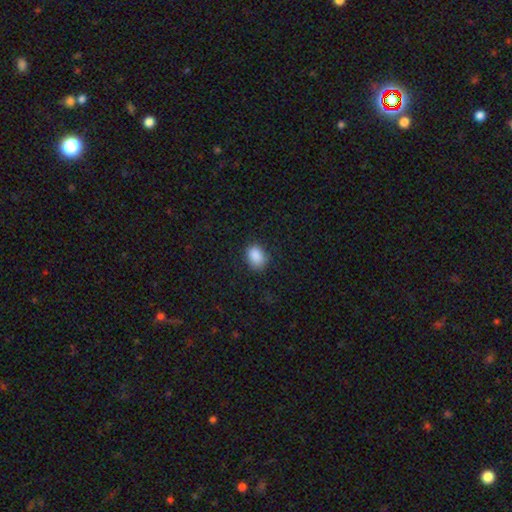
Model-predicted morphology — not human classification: Smooth or featured?
  - smooth: 88% *
  - star or artifact: 9%
  - featured or disk: 3%
How rounded?
  - in between: 64% *
  - round: 35%
  - cigar-shaped: 1%
Merging?
  - none: 79% *
  - minor disturbance: 16%
  - major disturbance: 4%
  - merger: 1%